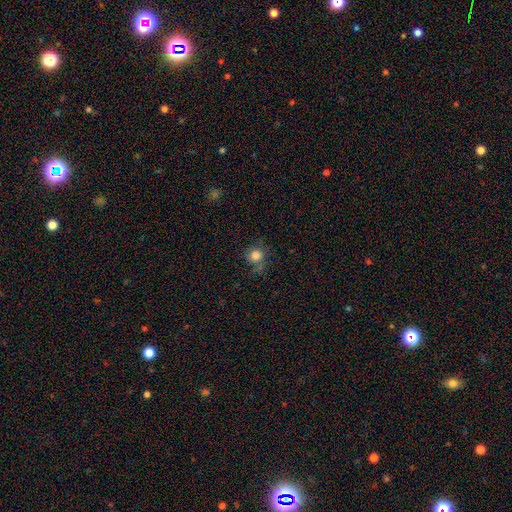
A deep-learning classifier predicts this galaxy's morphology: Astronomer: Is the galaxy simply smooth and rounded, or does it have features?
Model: smooth — 81%.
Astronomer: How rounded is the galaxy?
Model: round — 83%.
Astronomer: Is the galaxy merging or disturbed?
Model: none — 61%.